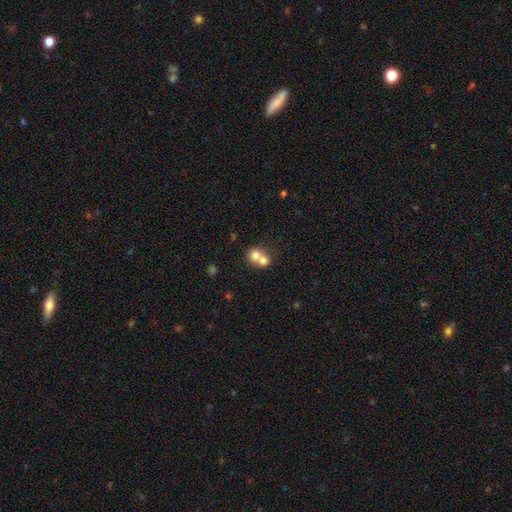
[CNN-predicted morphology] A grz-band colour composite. It shows a smooth galaxy with no disk features (72%) that is round (75%). Merging: merger (69%).